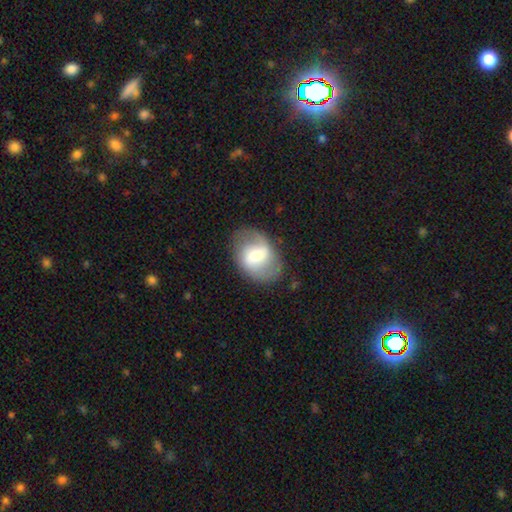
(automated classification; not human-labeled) Smooth or featured? Predicted: featured or disk (p=0.53). Edge-on disk? Predicted: no (p=0.95). Bar? Predicted: weak (p=0.48). Spiral arms? Predicted: yes (p=0.64). Bulge size? Predicted: moderate (p=0.55). Merging? Predicted: none (p=0.75).